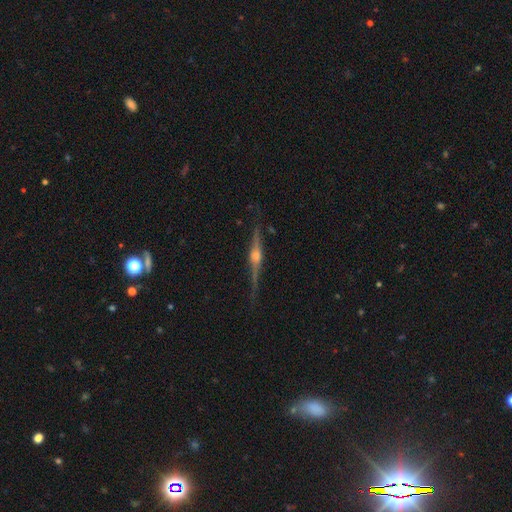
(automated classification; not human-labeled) Smooth or featured? featured or disk (87%)
Edge-on disk? yes (98%)
Edge-on bulge? rounded (92%)
Merging? none (86%)